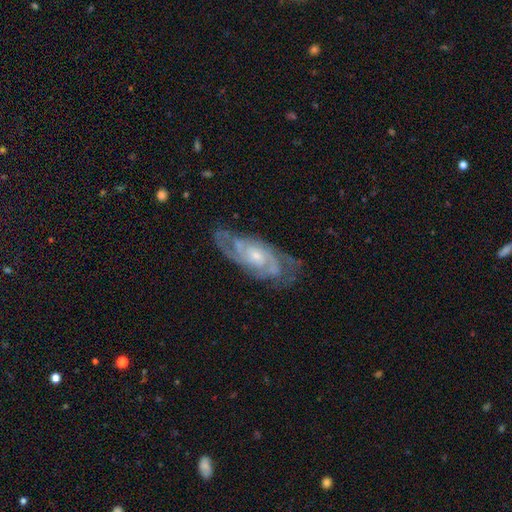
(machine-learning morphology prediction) Smooth or featured? Predicted: featured or disk (p=0.85). Edge-on disk? Predicted: no (p=0.92). Bar? Predicted: no (p=0.64). Spiral arms? Predicted: yes (p=0.95). Spiral winding? Predicted: tight (p=0.56). Spiral arm count? Predicted: 2 (p=0.41). Bulge size? Predicted: small (p=0.59). Merging? Predicted: none (p=0.70).